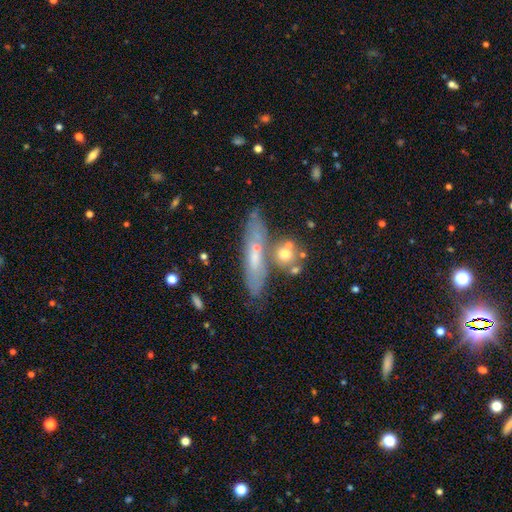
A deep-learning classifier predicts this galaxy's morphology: Smooth or featured? Predicted: featured or disk (p=0.49). Merging? Predicted: none (p=0.69).